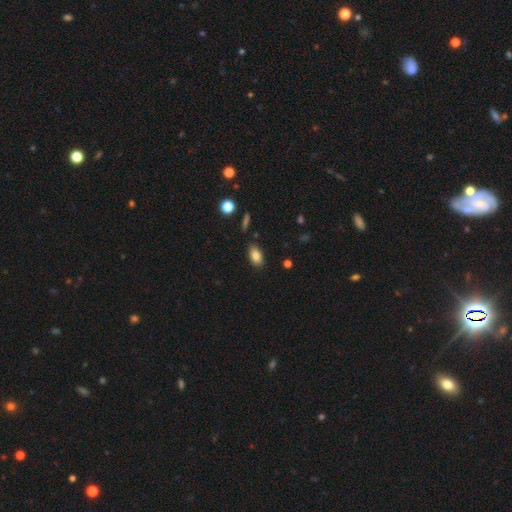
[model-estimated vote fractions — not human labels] A smooth galaxy with no disk features (83%) that is in between round and cigar-shaped (90%).

Vote fractions:
- Smooth or featured? smooth: 83% / star or artifact: 9% / featured or disk: 8%
- How rounded? in between: 90% / round: 7% / cigar-shaped: 3%
- Merging? none: 84% / minor disturbance: 11% / major disturbance: 2% / merger: 2%